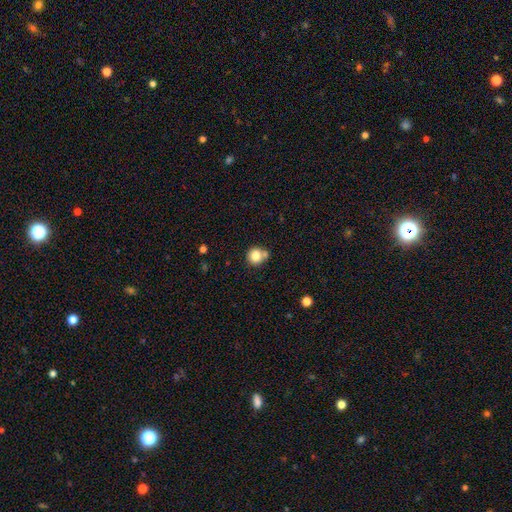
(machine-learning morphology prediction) type=smooth (81%); roundness=round (85%); merging=none (55%).